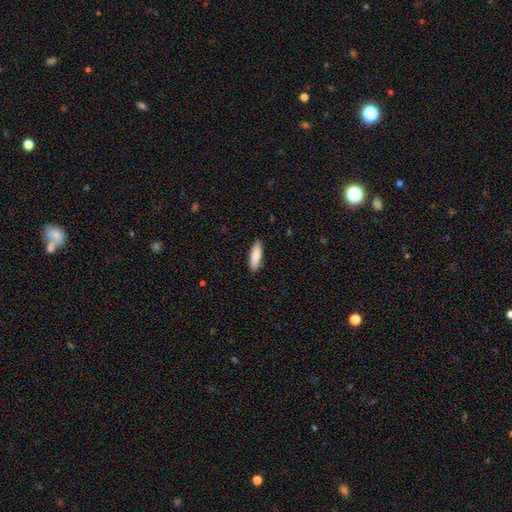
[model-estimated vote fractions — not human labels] smooth_or_featured: smooth (p=0.86) [alt: featured or disk p=0.09]
how_rounded: cigar-shaped (p=0.53) [alt: in between p=0.46]
merging: none (p=0.89) [alt: minor disturbance p=0.08]